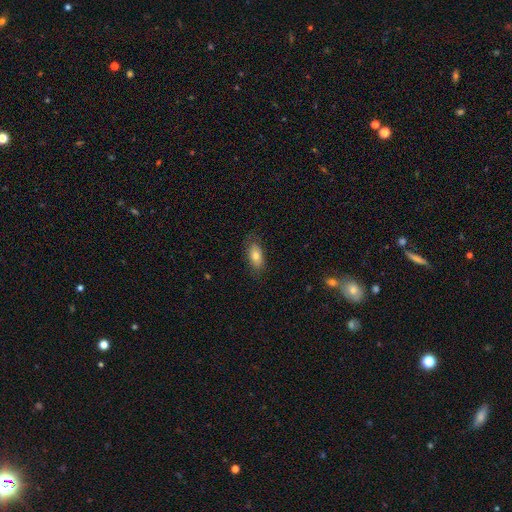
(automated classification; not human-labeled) smooth-or-featured: smooth: 75% | featured or disk: 17% | star or artifact: 8%
  how-rounded: in between: 88% | cigar-shaped: 7% | round: 5%
  merging: none: 78% | minor disturbance: 16% | major disturbance: 5% | merger: 1%